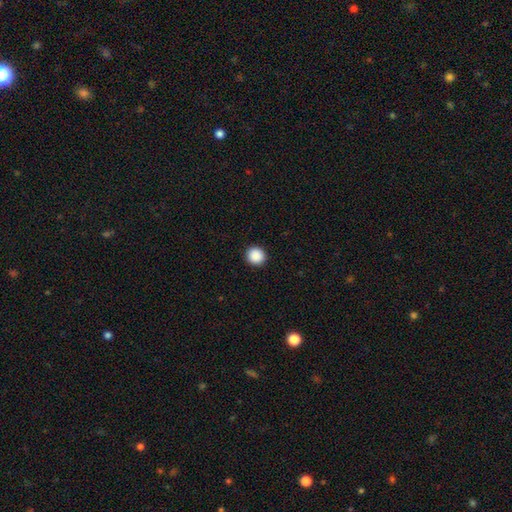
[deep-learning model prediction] This is clearly a smooth galaxy (89%). How rounded: clearly round (94%). Merging: clearly none (93%).